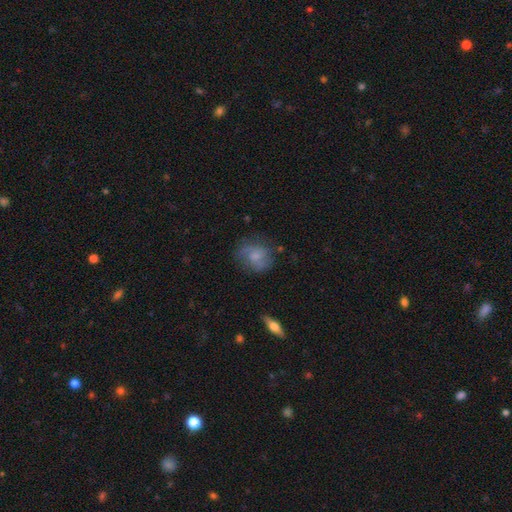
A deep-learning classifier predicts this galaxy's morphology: The model was most divided on "smooth or featured": smooth: 48%, featured or disk: 43%, star or artifact: 9%. More confident: merging — none (63%).